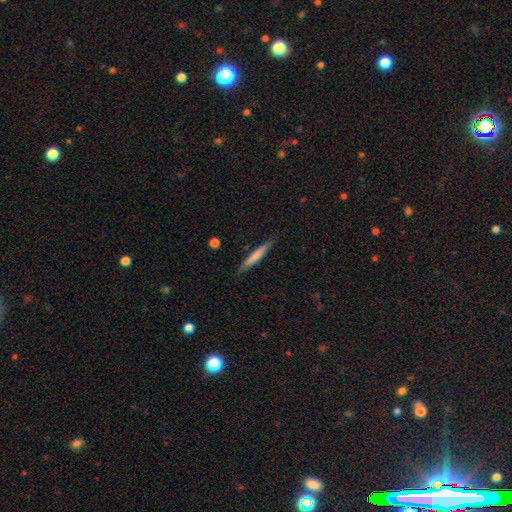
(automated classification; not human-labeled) A smooth galaxy with no disk features (68%) that is cigar-shaped (95%). Merging: none (86%).